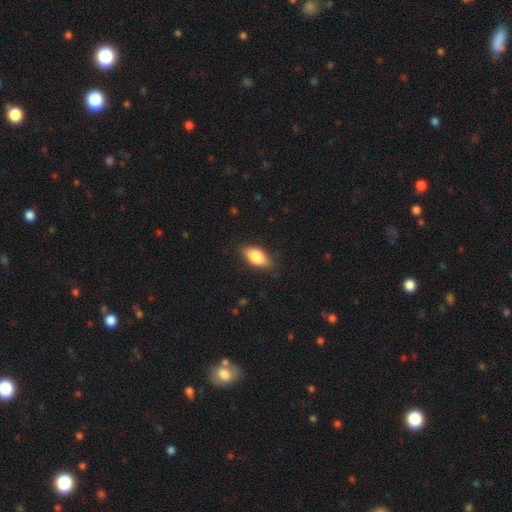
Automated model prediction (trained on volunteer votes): smooth_or_featured: smooth (p=0.77) [alt: featured or disk p=0.16]
how_rounded: in between (p=0.87) [alt: cigar-shaped p=0.08]
merging: none (p=0.83) [alt: minor disturbance p=0.13]